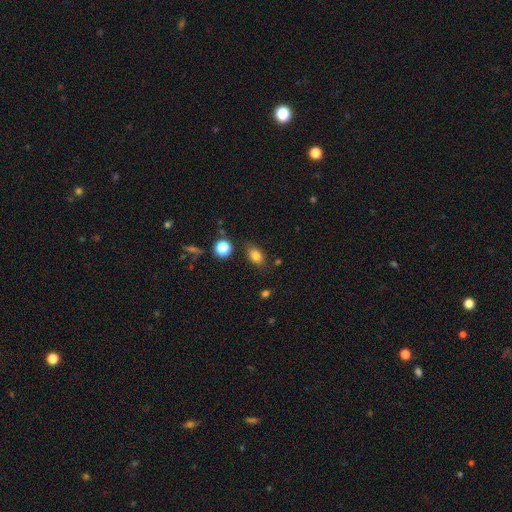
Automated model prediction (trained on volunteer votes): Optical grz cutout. It shows a smooth galaxy with no disk features (81%) that is in between round and cigar-shaped (79%). Merging: none (78%).